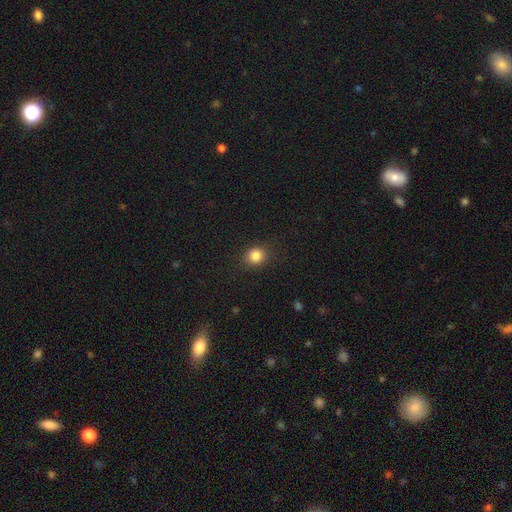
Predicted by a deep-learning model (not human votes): Q: Smooth or featured?
A: smooth (84%); runner-up: star or artifact (11%)
Q: How rounded?
A: round (79%); runner-up: in between (20%)
Q: Merging?
A: none (87%); runner-up: minor disturbance (9%)